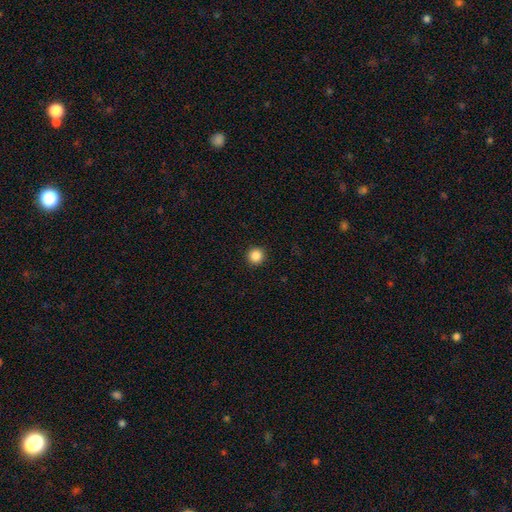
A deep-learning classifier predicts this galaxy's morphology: Smooth or featured? Predicted: smooth (p=0.87). How rounded? Predicted: round (p=0.95). Merging? Predicted: none (p=0.93).